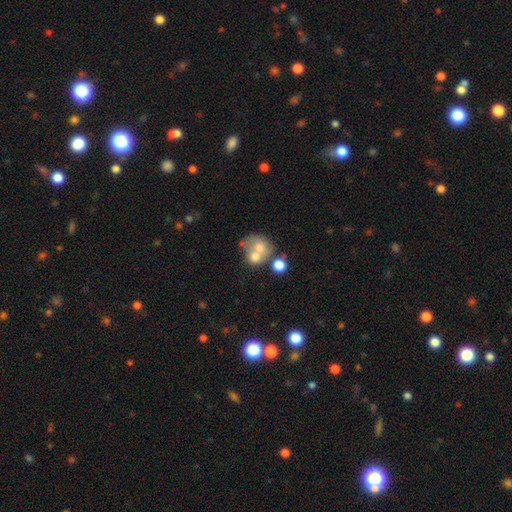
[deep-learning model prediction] This appears to be a smooth galaxy with no disk features (62%) that is round (66%). Merging: merger (60%).